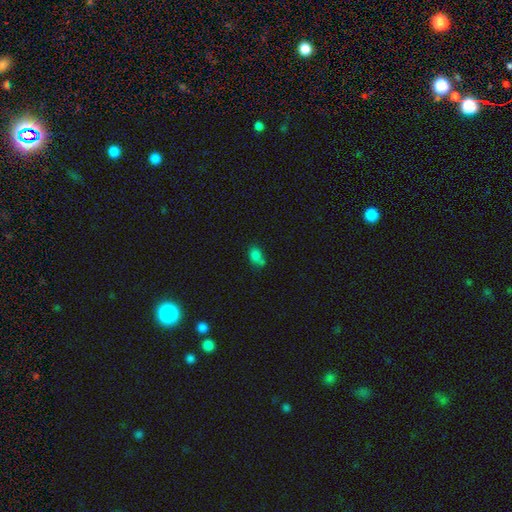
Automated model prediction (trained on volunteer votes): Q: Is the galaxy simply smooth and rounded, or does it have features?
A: smooth — 78%.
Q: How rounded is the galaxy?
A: in between — 73%.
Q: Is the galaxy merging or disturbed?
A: none — 46%.